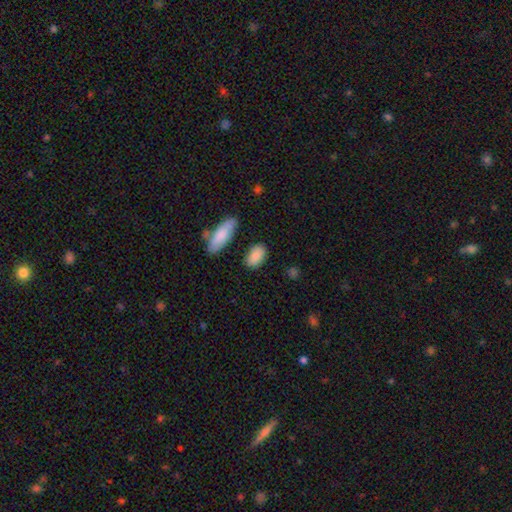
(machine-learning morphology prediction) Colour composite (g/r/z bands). It shows a smooth galaxy with no disk features (87%) that is in between round and cigar-shaped (90%). Merging: none (79%).